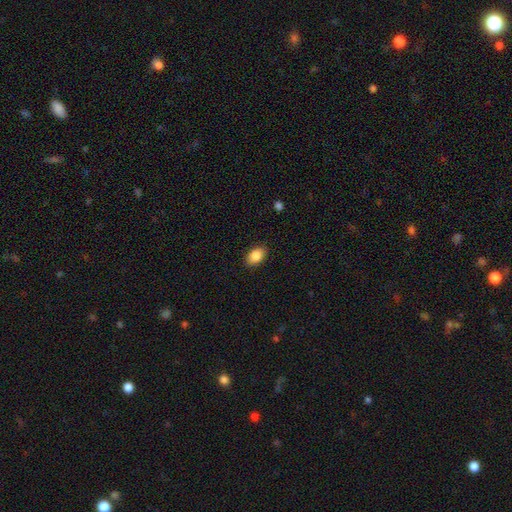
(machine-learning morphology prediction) The model was most divided on "how rounded": in between: 88%, round: 11%, cigar-shaped: 1%. More confident: merging — none (89%); smooth or featured — smooth (88%).